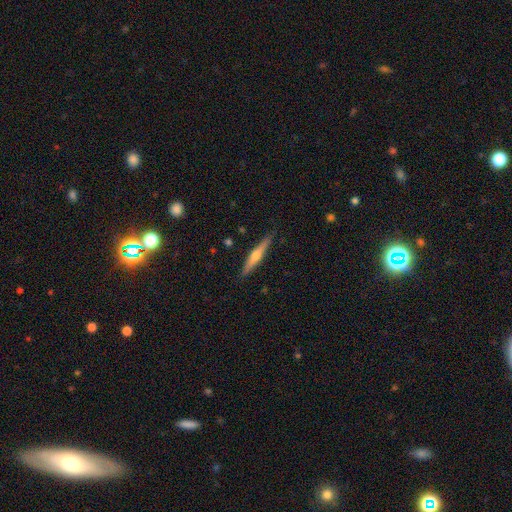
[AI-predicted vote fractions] Overall: featured or disk (61%; smooth 33%). Edge-on disk: yes (97%). Edge-on bulge: rounded (87%). Merging: none (89%).